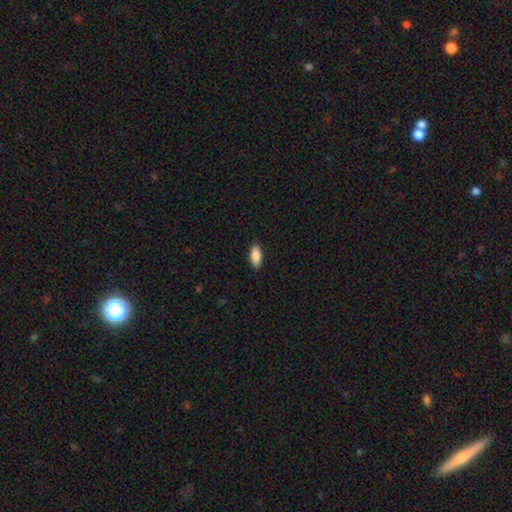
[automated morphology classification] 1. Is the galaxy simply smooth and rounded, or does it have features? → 90% smooth, 6% star or artifact, 4% featured or disk.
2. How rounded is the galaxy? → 90% in between, 8% cigar-shaped, 2% round.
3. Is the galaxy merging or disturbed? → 90% none, 7% minor disturbance, 2% major disturbance, 1% merger.